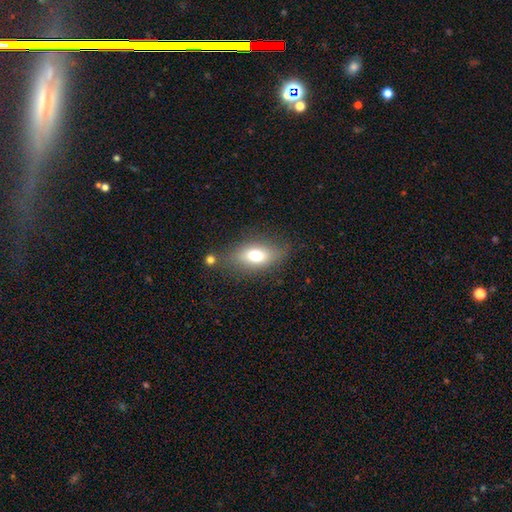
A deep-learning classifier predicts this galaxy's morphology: smooth_or_featured: smooth (p=0.69) [alt: featured or disk p=0.20]
how_rounded: in between (p=0.80) [alt: round p=0.13]
merging: none (p=0.71) [alt: minor disturbance p=0.17]